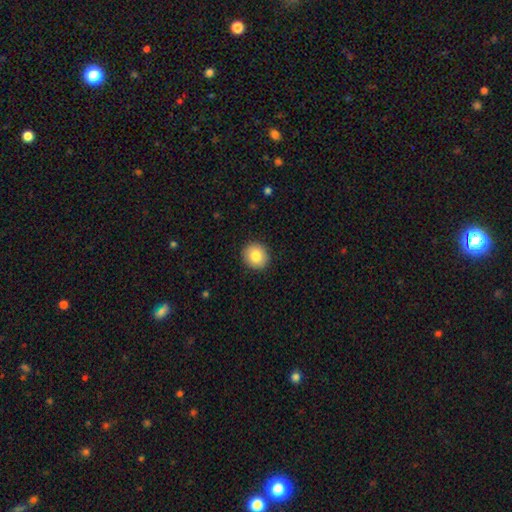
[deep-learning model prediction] smooth_or_featured: smooth (p=0.84) [alt: featured or disk p=0.08]
how_rounded: round (p=0.84) [alt: in between p=0.15]
merging: none (p=0.91) [alt: minor disturbance p=0.06]